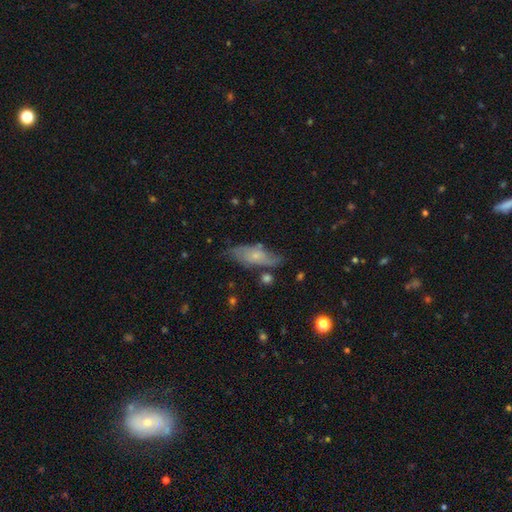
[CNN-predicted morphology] The model was most divided on "smooth or featured": smooth: 49%, featured or disk: 44%, star or artifact: 7%. More confident: merging — none (59%).